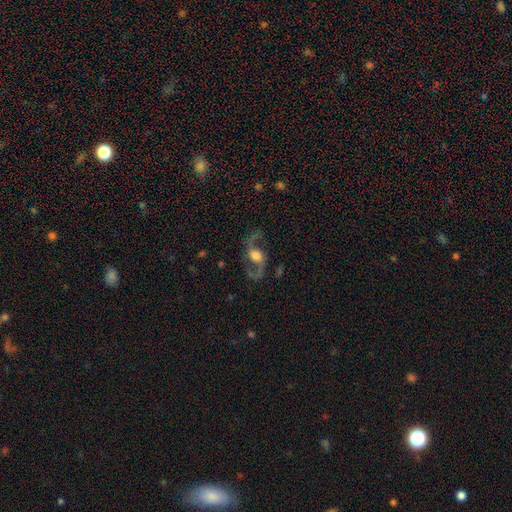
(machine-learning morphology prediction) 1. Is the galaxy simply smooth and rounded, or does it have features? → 84% featured or disk, 10% smooth, 6% star or artifact.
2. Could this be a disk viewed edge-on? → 94% no, 6% yes.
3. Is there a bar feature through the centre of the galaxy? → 52% no, 35% weak, 13% strong.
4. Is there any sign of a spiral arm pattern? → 91% yes, 9% no.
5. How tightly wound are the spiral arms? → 60% loose, 35% medium, 5% tight.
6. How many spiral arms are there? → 93% 2, 2% 1, 2% can't tell, 1% 3, 1% 4, 1% more than 4.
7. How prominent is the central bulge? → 42% large, 41% moderate, 9% small, 5% dominant, 3% none.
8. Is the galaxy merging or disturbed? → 72% none, 13% minor disturbance, 13% major disturbance, 2% merger.